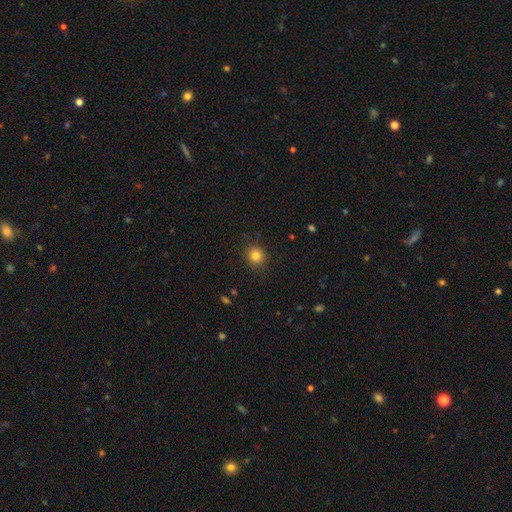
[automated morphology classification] Smooth or featured: smooth — 82% (star or artifact — 12%)
How rounded: round — 88% (in between — 11%)
Merging: none — 89% (minor disturbance — 8%)